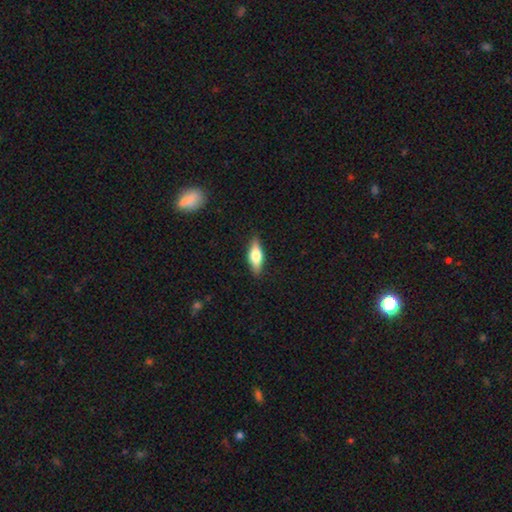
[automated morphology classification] Smooth or featured?
  - smooth: 57% *
  - featured or disk: 37%
  - star or artifact: 6%
How rounded?
  - in between: 60% *
  - cigar-shaped: 36%
  - round: 3%
Merging?
  - none: 87% *
  - minor disturbance: 10%
  - major disturbance: 2%
  - merger: 1%